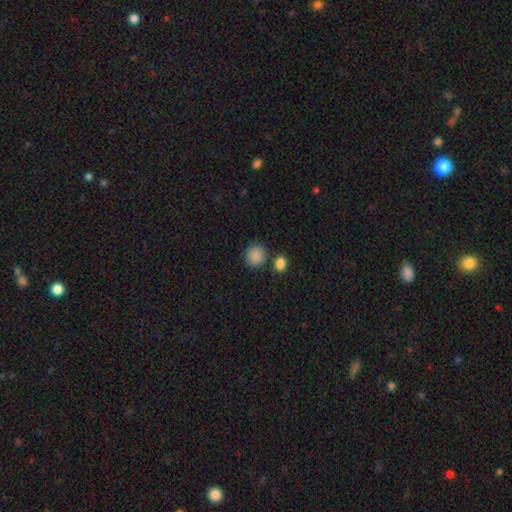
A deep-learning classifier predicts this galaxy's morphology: smooth_or_featured: smooth (p=0.88) [alt: star or artifact p=0.09]
how_rounded: round (p=0.86) [alt: in between p=0.13]
merging: none (p=0.79) [alt: minor disturbance p=0.09]